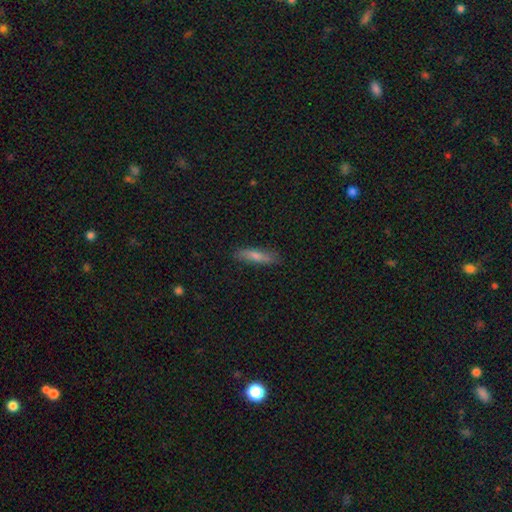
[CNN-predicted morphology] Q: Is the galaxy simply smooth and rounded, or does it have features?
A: smooth — 68%.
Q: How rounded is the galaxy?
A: cigar-shaped — 78%.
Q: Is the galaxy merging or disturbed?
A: none — 84%.